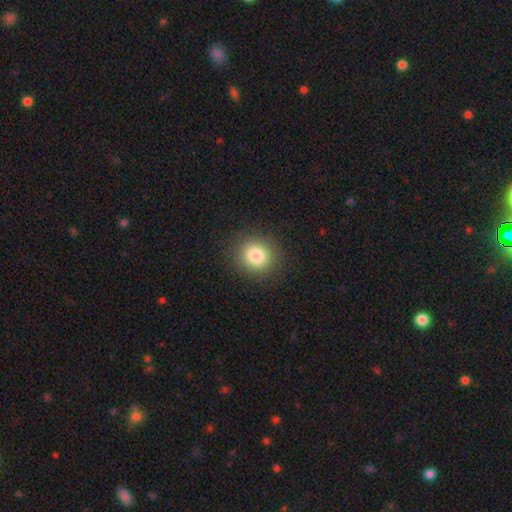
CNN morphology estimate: Q: Smooth or featured?
A: smooth (82%); runner-up: star or artifact (11%)
Q: How rounded?
A: round (88%); runner-up: in between (11%)
Q: Merging?
A: none (89%); runner-up: minor disturbance (7%)